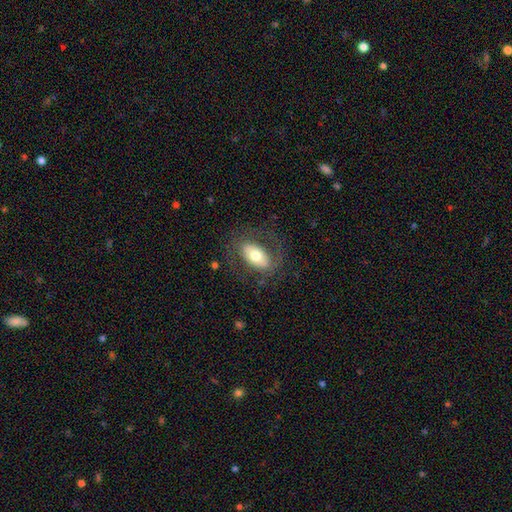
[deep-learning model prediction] This is likely a smooth galaxy (60%). How rounded: clearly in between (91%). Merging: likely none (73%).